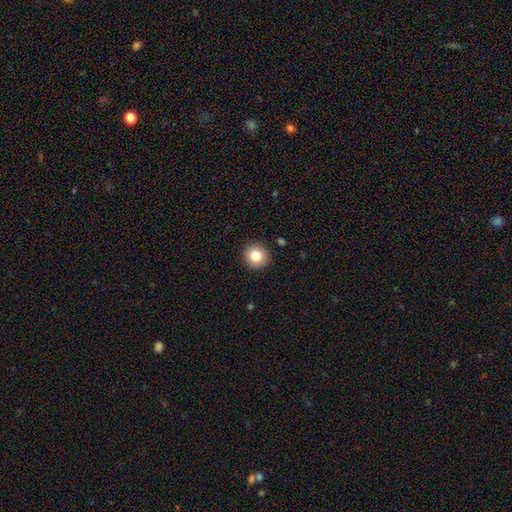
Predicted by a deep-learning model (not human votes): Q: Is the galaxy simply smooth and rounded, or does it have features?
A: smooth — 82%.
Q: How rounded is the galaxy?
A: round — 94%.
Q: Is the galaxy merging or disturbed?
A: none — 92%.